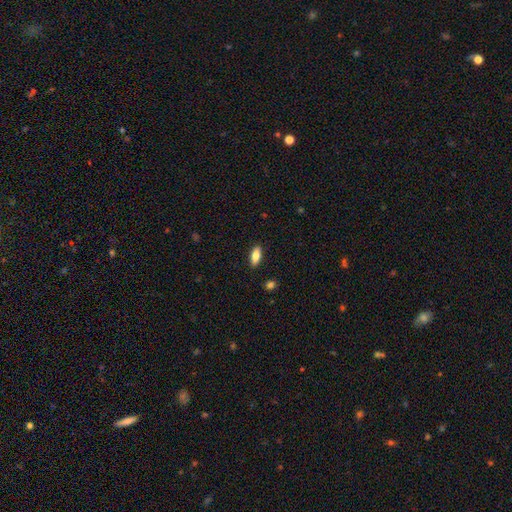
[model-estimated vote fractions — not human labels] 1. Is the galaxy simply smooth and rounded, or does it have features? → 79% smooth, 15% featured or disk, 7% star or artifact.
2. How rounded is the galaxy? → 81% in between, 16% cigar-shaped, 2% round.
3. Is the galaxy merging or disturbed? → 89% none, 8% minor disturbance, 2% major disturbance, 1% merger.